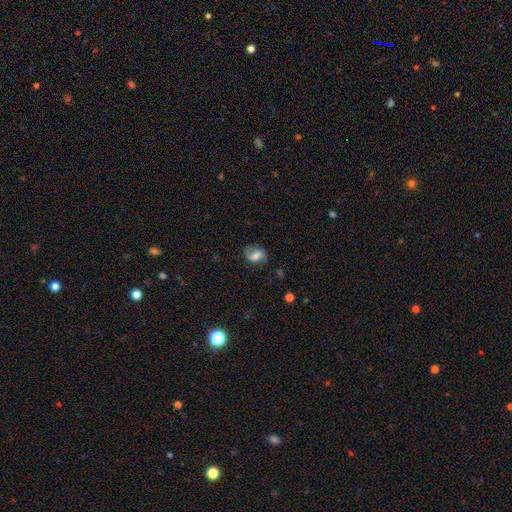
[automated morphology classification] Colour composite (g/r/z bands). It shows a smooth galaxy with no disk features (59%) that is in between round and cigar-shaped (63%). Merging: none (67%).